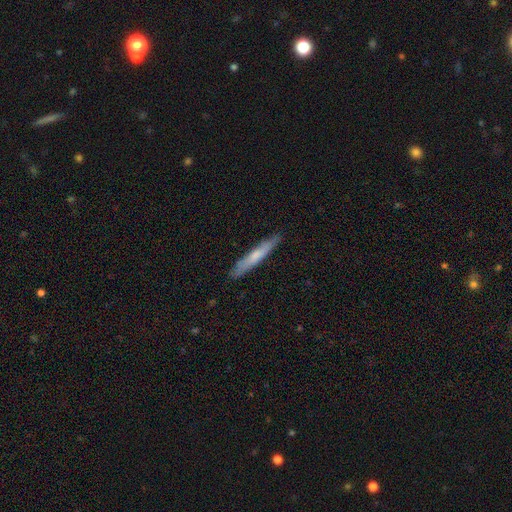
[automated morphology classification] Smooth or featured: smooth — 59% (featured or disk — 36%)
How rounded: cigar-shaped — 94% (in between — 4%)
Merging: none — 88% (minor disturbance — 10%)